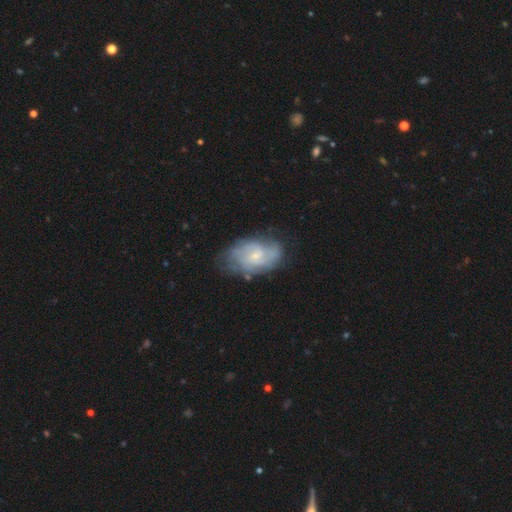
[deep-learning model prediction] Overall: featured or disk (69%). Edge-on disk: no (96%). Bar: no (61%; weak 34%). Spiral arms: yes (84%). Spiral arm count: can't tell (48%; 2 27%). Spiral winding: tight (49%; medium 37%). Bulge size: small (68%). Merging: none (63%; minor disturbance 24%).